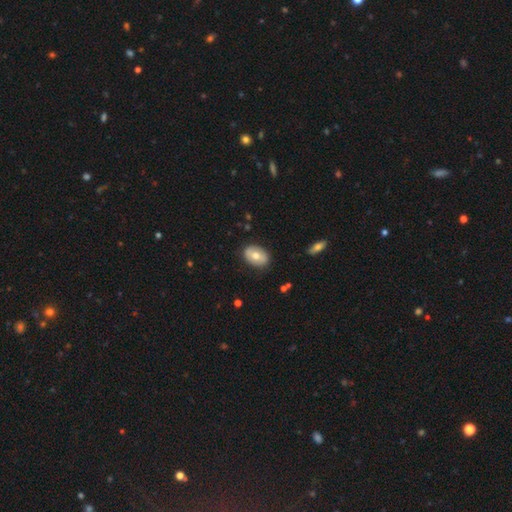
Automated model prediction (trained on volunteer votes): smooth-or-featured: smooth: 65% | featured or disk: 28% | star or artifact: 6%
  how-rounded: in between: 82% | round: 17% | cigar-shaped: 1%
  merging: none: 85% | minor disturbance: 11% | major disturbance: 3% | merger: 1%